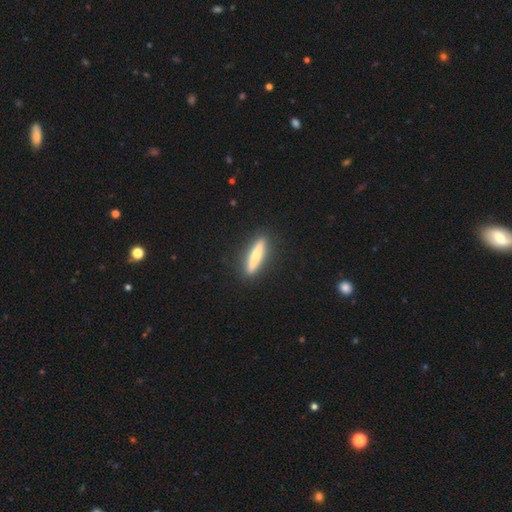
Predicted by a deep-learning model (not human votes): This appears to be a smooth galaxy with no disk features (61%) that is cigar-shaped (89%). Merging: none (90%).